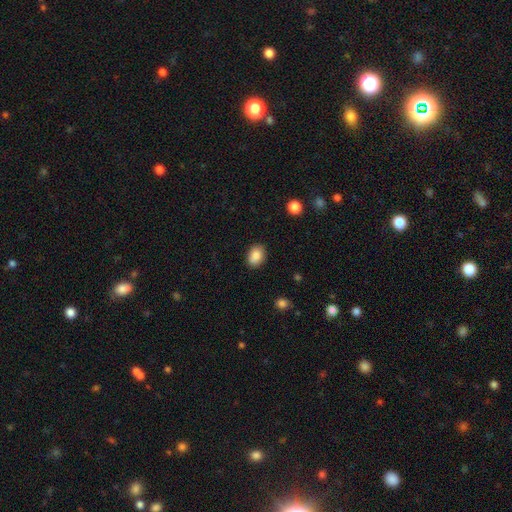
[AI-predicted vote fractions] Morphology: type=smooth (87%); roundness=in between (72%); merging=none (87%).